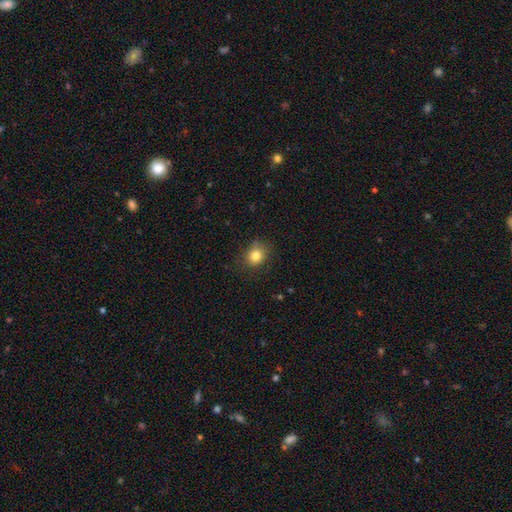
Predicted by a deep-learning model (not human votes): A smooth galaxy with no disk features (82%) that is round (66%).

Vote fractions:
- Smooth or featured? smooth: 82% / star or artifact: 11% / featured or disk: 7%
- How rounded? round: 66% / in between: 33% / cigar-shaped: 1%
- Merging? none: 77% / minor disturbance: 17% / major disturbance: 4% / merger: 2%